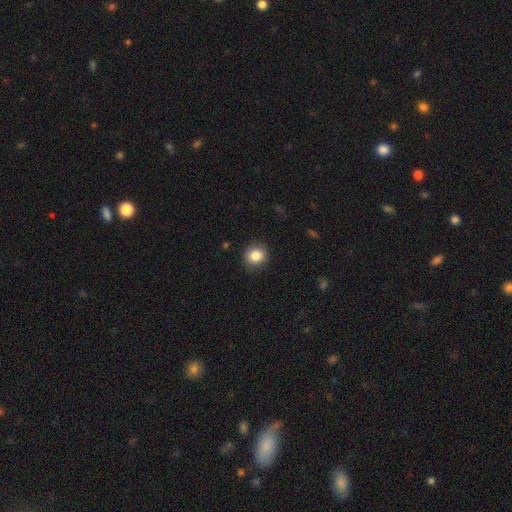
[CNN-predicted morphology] Overall: smooth (85%). How rounded: round (81%). Merging: none (88%).